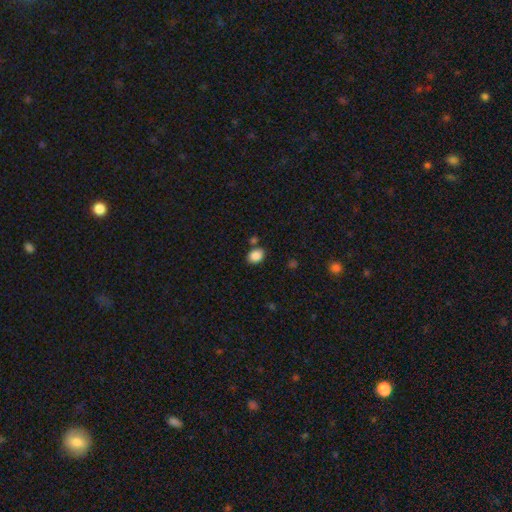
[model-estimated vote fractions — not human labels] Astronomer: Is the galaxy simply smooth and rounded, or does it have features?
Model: smooth — 87%.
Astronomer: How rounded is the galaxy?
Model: in between — 68%.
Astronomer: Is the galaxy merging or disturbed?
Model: none — 77%.